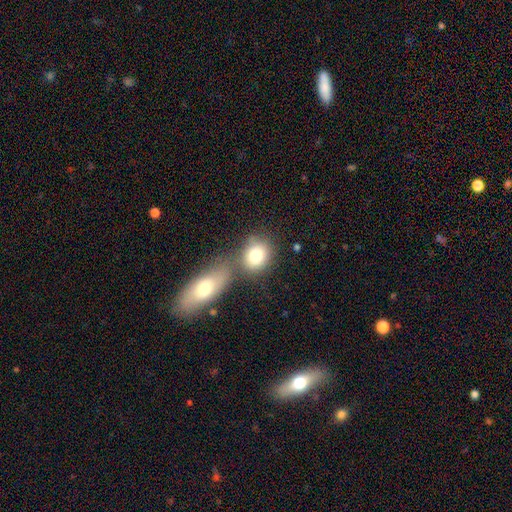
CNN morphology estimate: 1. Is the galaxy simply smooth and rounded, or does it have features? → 79% smooth, 13% featured or disk, 9% star or artifact.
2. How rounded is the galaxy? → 60% round, 39% in between, 1% cigar-shaped.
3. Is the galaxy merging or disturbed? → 49% none, 36% merger, 11% minor disturbance, 5% major disturbance.